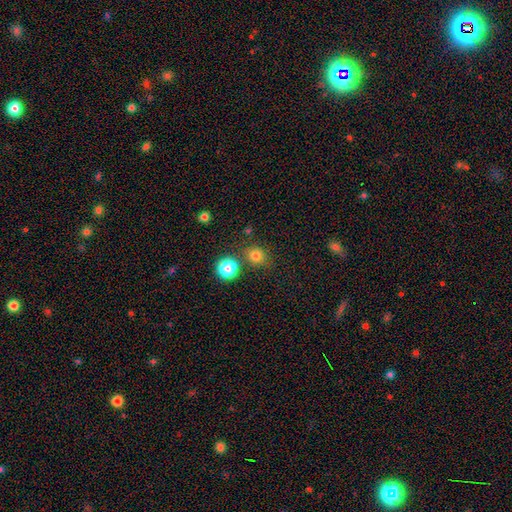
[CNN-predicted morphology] Overall: smooth (76%). How rounded: round (84%). Merging: none (76%).